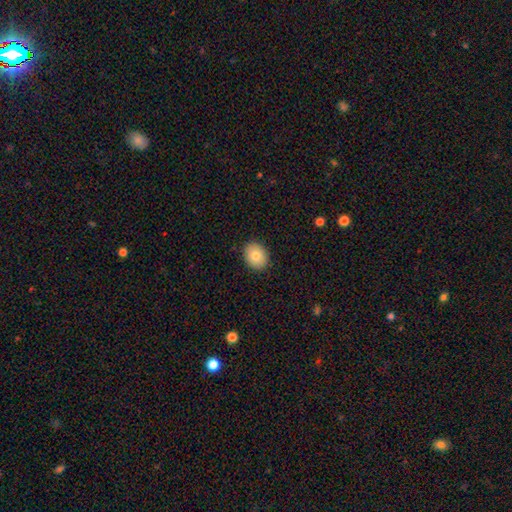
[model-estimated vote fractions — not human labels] The model was most divided on "how rounded": round: 53%, in between: 46%, cigar-shaped: 1%. More confident: merging — none (90%); smooth or featured — smooth (81%).